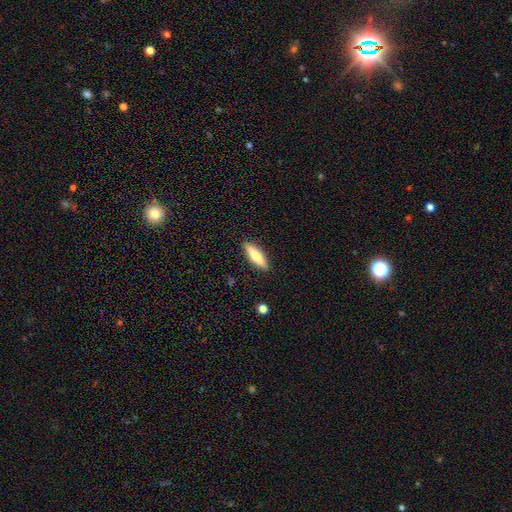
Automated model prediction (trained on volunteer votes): A smooth galaxy with no disk features (69%) that is cigar-shaped (60%).

Vote fractions:
- Smooth or featured? smooth: 69% / featured or disk: 25% / star or artifact: 6%
- How rounded? cigar-shaped: 60% / in between: 38% / round: 2%
- Merging? none: 88% / minor disturbance: 8% / major disturbance: 2% / merger: 1%